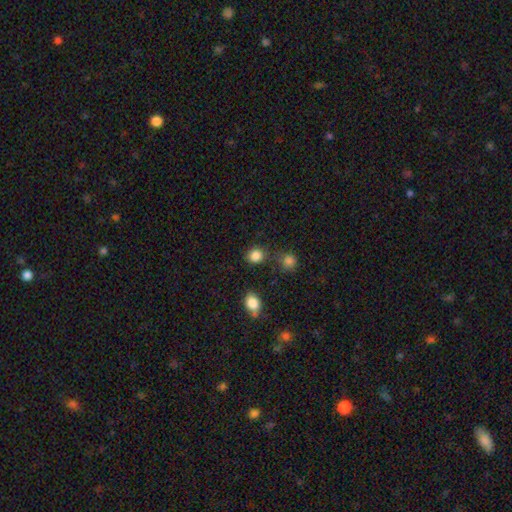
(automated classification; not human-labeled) smooth_or_featured: smooth (p=0.85) [alt: star or artifact p=0.11]
how_rounded: round (p=0.79) [alt: in between p=0.20]
merging: none (p=0.77) [alt: minor disturbance p=0.12]